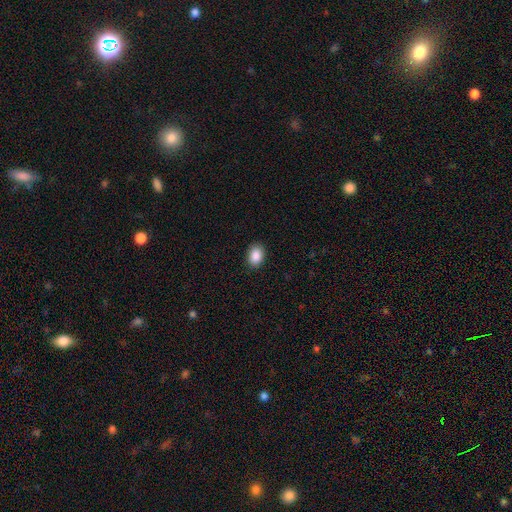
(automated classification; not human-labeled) This appears to be a smooth galaxy with no disk features (89%) that is in between round and cigar-shaped (81%). Merging: none (89%).